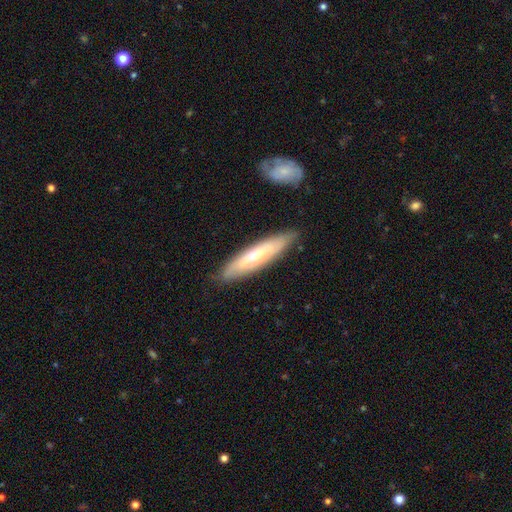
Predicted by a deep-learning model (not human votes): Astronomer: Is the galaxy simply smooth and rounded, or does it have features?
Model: smooth — 53% (runner-up: featured or disk, 41%).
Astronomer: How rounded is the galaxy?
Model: cigar-shaped — 78%.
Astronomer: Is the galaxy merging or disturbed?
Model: none — 84%.